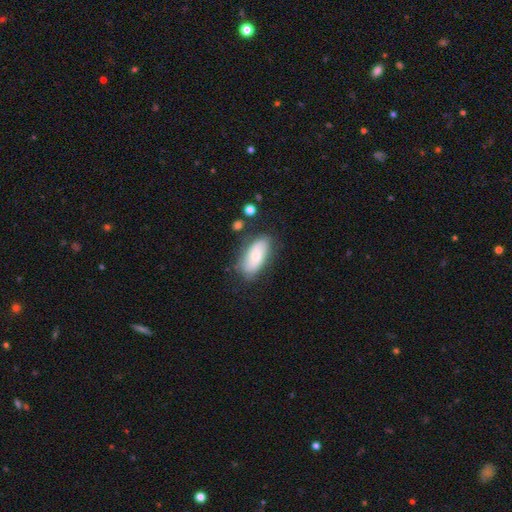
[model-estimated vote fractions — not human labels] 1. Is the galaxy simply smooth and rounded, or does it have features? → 58% smooth, 35% featured or disk, 7% star or artifact.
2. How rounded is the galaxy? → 88% in between, 9% cigar-shaped, 3% round.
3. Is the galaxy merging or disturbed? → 70% none, 21% minor disturbance, 6% major disturbance, 3% merger.